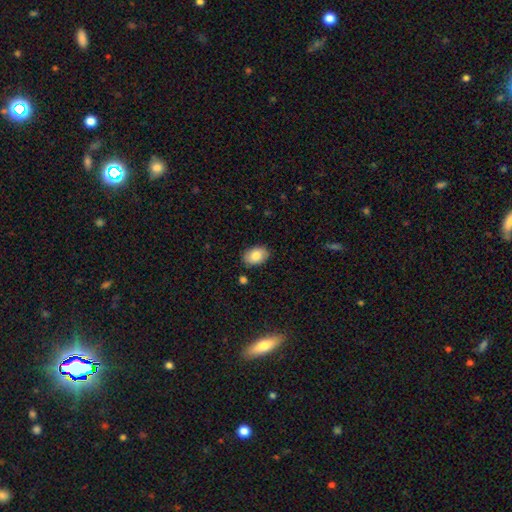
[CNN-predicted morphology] Smooth or featured?
  - smooth: 83% *
  - featured or disk: 10%
  - star or artifact: 7%
How rounded?
  - in between: 88% *
  - round: 11%
  - cigar-shaped: 1%
Merging?
  - none: 86% *
  - minor disturbance: 10%
  - major disturbance: 2%
  - merger: 2%